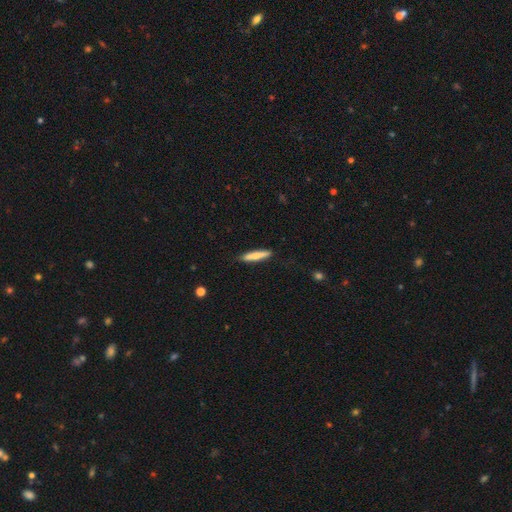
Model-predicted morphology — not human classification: This appears to be a smooth galaxy with no disk features (73%) that is cigar-shaped (90%). Merging: none (87%).